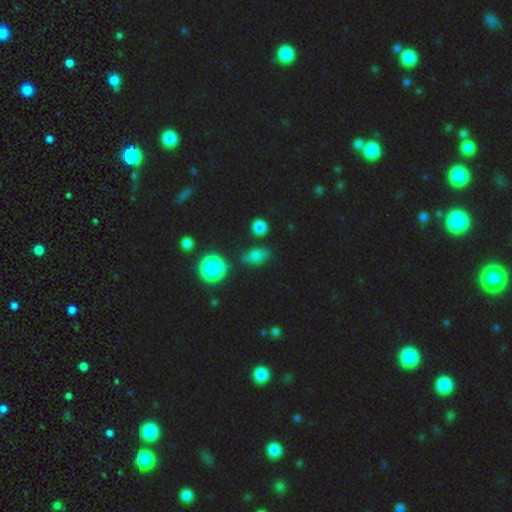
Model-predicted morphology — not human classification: Q: Smooth or featured?
A: smooth (60%); runner-up: star or artifact (23%)
Q: How rounded?
A: in between (66%); runner-up: round (30%)
Q: Merging?
A: none (70%); runner-up: minor disturbance (19%)